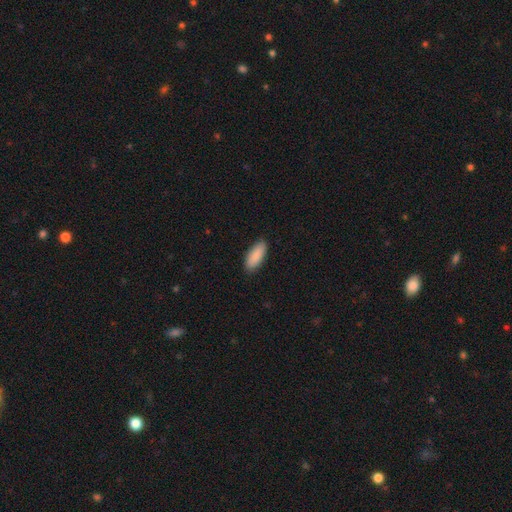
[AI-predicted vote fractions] Smooth or featured?
  - smooth: 90% *
  - star or artifact: 6%
  - featured or disk: 5%
How rounded?
  - in between: 81% *
  - cigar-shaped: 17%
  - round: 2%
Merging?
  - none: 89% *
  - minor disturbance: 9%
  - major disturbance: 2%
  - merger: 1%